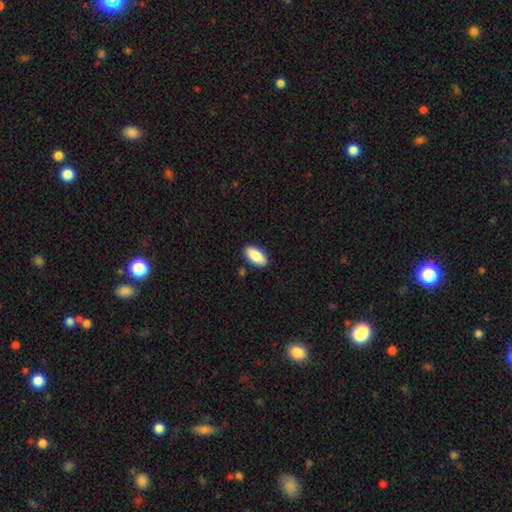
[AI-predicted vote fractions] smooth_or_featured: smooth (p=0.86) [alt: featured or disk p=0.08]
how_rounded: in between (p=0.90) [alt: cigar-shaped p=0.08]
merging: none (p=0.88) [alt: minor disturbance p=0.09]